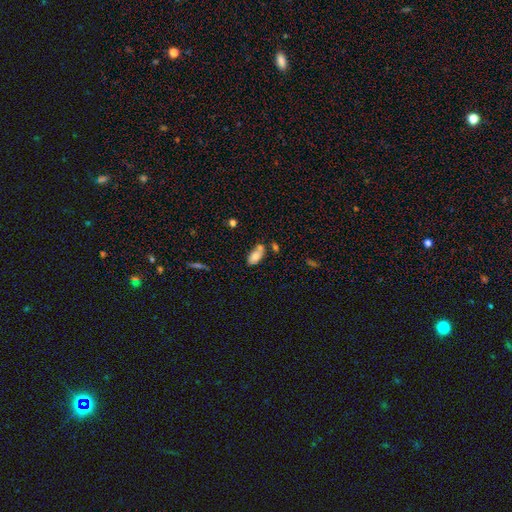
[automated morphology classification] type=smooth (77%); roundness=in between (90%); merging=none (46%).